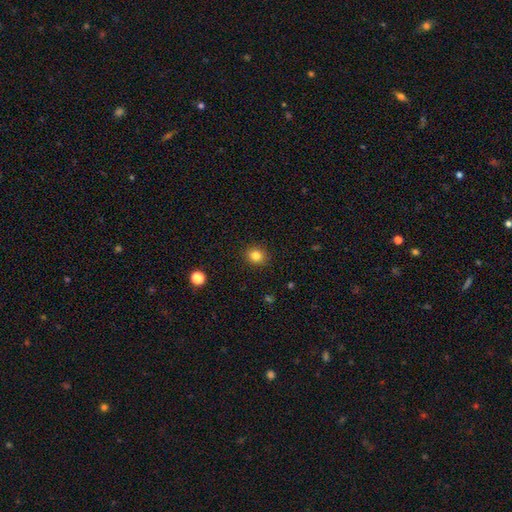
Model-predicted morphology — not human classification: This appears to be a smooth galaxy with no disk features (82%) that is round (79%). Merging: none (90%).